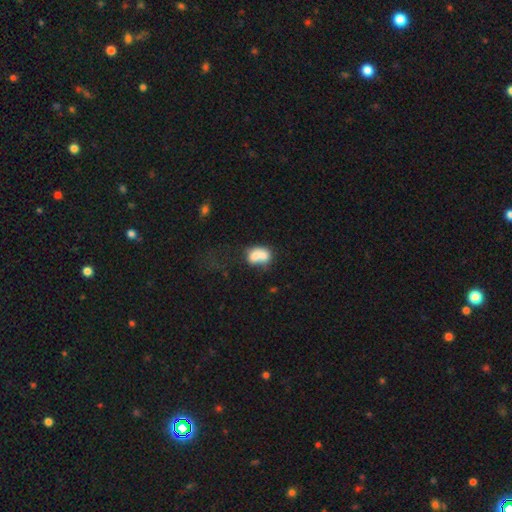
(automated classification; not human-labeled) This appears to be a smooth galaxy with no disk features (68%) that is in between round and cigar-shaped (65%). Merging: merger (61%).